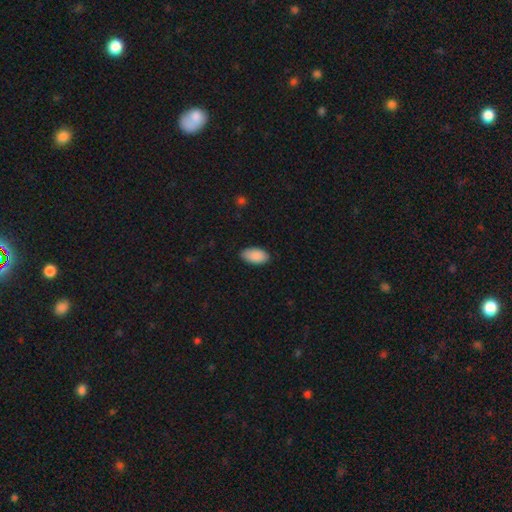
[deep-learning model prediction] smooth-or-featured: smooth: 90% | star or artifact: 6% | featured or disk: 4%
  how-rounded: in between: 95% | round: 3% | cigar-shaped: 2%
  merging: none: 84% | minor disturbance: 13% | major disturbance: 2% | merger: 1%